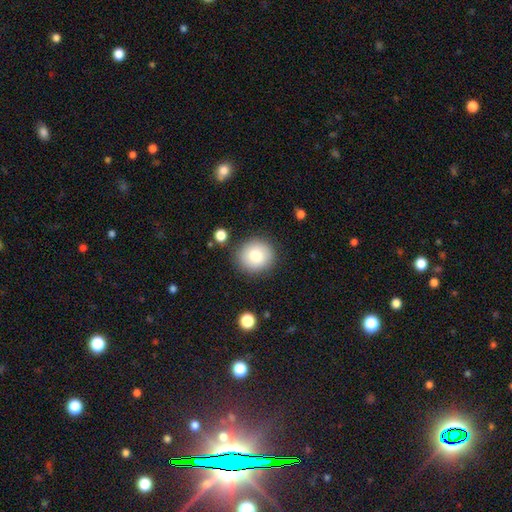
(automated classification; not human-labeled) This is likely a smooth galaxy (79%). How rounded: clearly round (90%). Merging: clearly none (87%).